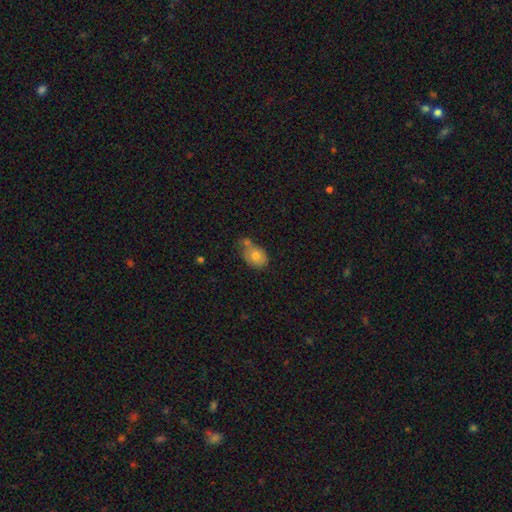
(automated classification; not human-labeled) Smooth or featured? smooth (76%)
How rounded? in between (71%)
Merging? none (37%)